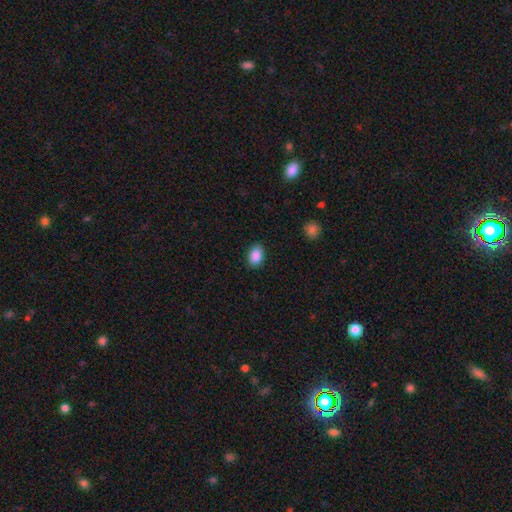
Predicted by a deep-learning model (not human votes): A smooth galaxy with no disk features (89%) that is in between round and cigar-shaped (84%).

Vote fractions:
- Smooth or featured? smooth: 89% / star or artifact: 8% / featured or disk: 3%
- How rounded? in between: 84% / round: 15% / cigar-shaped: 1%
- Merging? none: 87% / minor disturbance: 9% / major disturbance: 2% / merger: 1%